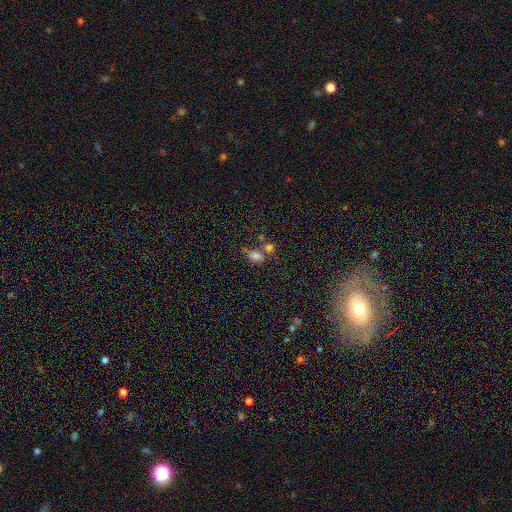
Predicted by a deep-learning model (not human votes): The model was most divided on "merging": merger: 38%, none: 37%, minor disturbance: 15%, major disturbance: 10%. More confident: how rounded — in between (76%); smooth or featured — smooth (72%).